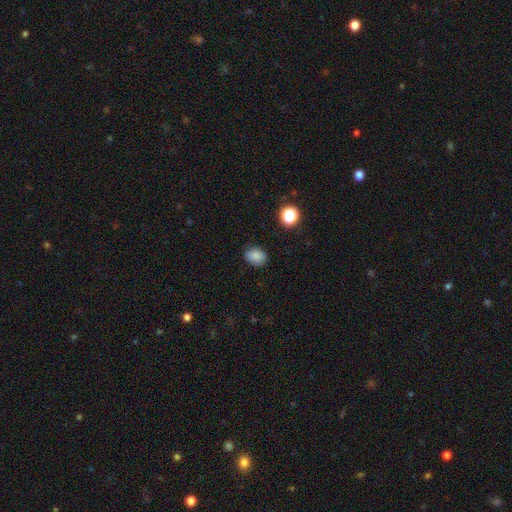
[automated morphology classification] smooth-or-featured: smooth: 84% | star or artifact: 11% | featured or disk: 5%
  how-rounded: in between: 55% | round: 44% | cigar-shaped: 1%
  merging: none: 80% | minor disturbance: 15% | major disturbance: 3% | merger: 1%